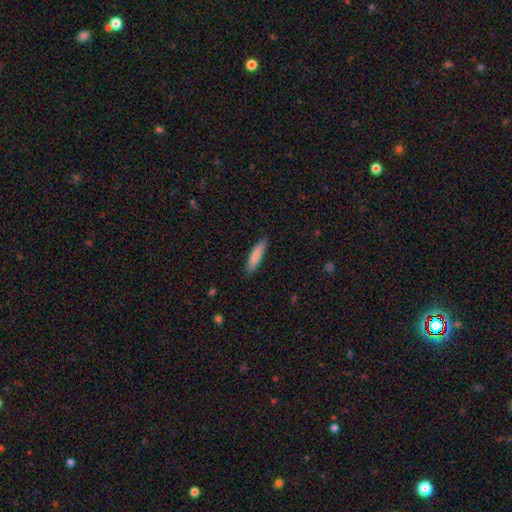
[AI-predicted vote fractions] Smooth or featured: smooth — 83% (featured or disk — 12%)
How rounded: cigar-shaped — 75% (in between — 24%)
Merging: none — 88% (minor disturbance — 10%)